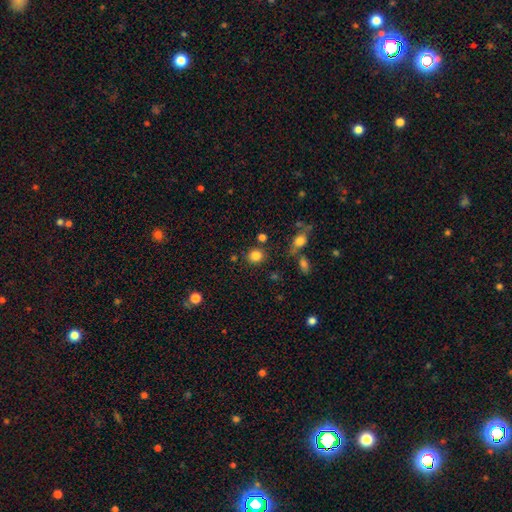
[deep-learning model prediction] This appears to be a smooth galaxy with no disk features (84%) that is round (81%). Merging: none (82%).